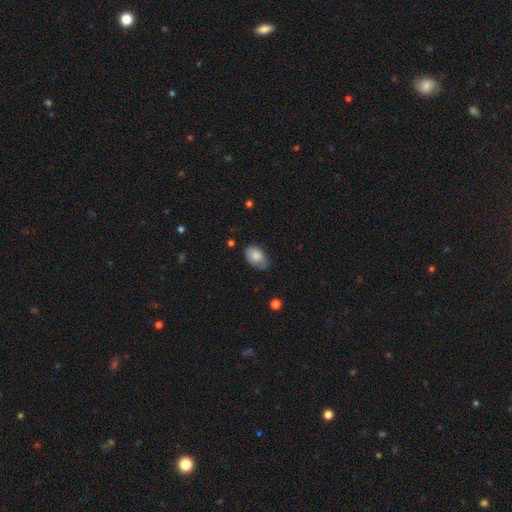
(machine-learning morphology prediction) type=smooth (82%); roundness=in between (89%); merging=none (60%).